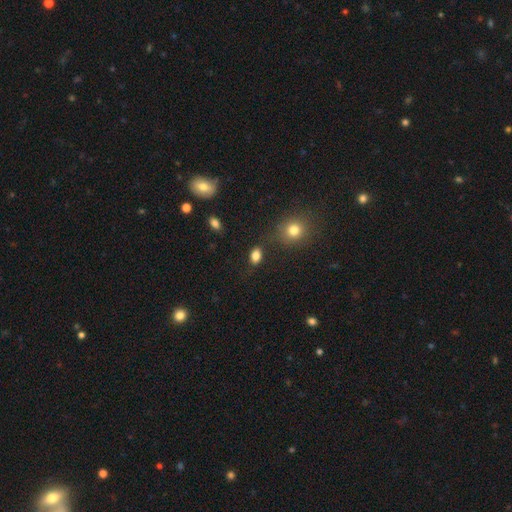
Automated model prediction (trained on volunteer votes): Smooth or featured? Predicted: smooth (p=0.84). How rounded? Predicted: in between (p=0.78). Merging? Predicted: none (p=0.78).